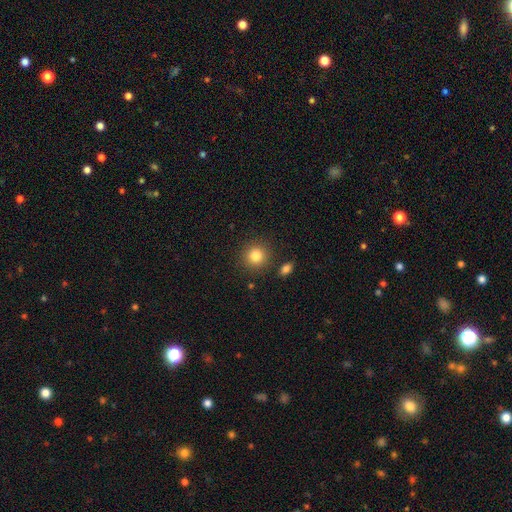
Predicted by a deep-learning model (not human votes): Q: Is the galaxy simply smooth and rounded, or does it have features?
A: smooth — 83%.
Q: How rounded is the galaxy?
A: round — 91%.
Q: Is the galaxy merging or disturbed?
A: none — 87%.